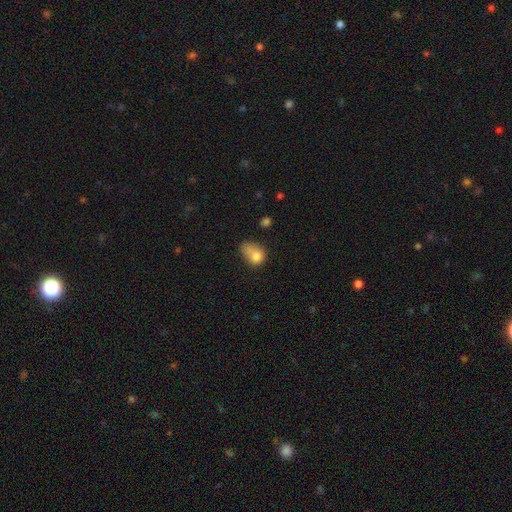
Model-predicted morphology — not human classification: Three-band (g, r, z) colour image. It shows a smooth galaxy with no disk features (75%) that is in between round and cigar-shaped (60%). Merging: minor disturbance (27%, tied with major disturbance).